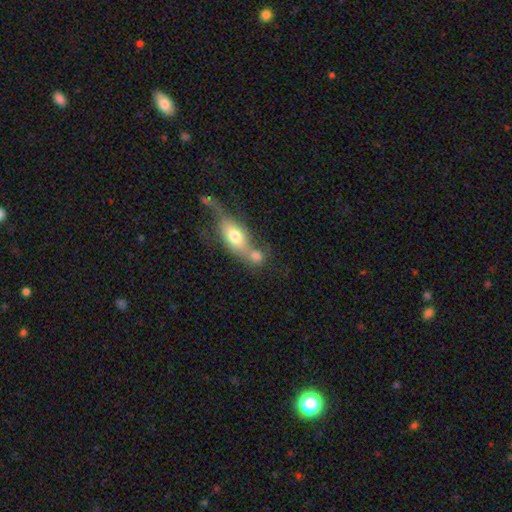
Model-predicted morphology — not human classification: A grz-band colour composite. It shows a smooth galaxy with no disk features (68%) that is in between round and cigar-shaped (56%). Merging: merger (57%).